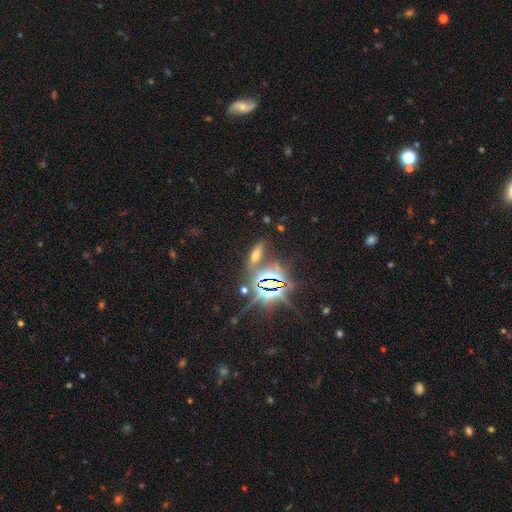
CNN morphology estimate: Smooth or featured? star or artifact (45%)